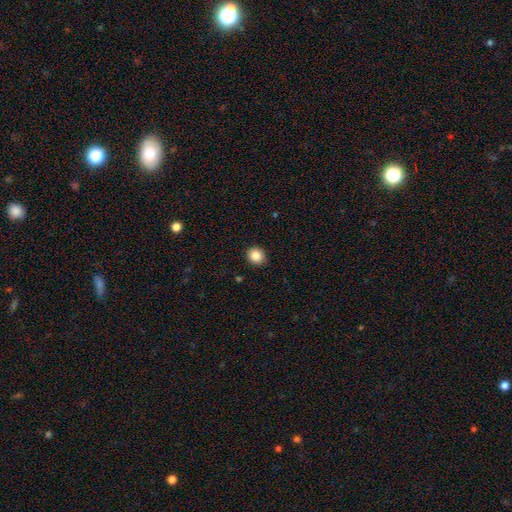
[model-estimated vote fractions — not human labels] A smooth galaxy with no disk features (86%) that is round (89%). Merging: none (92%).